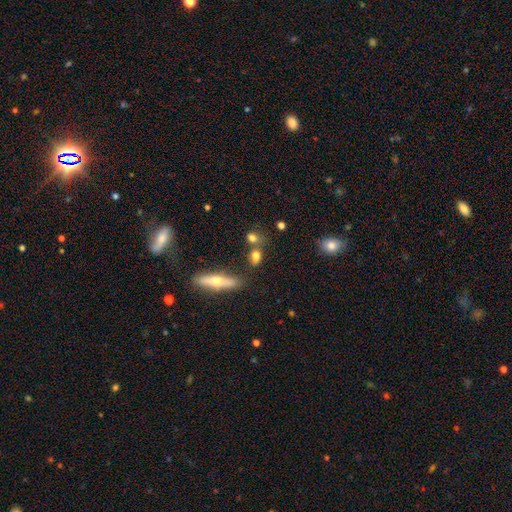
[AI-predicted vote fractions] smooth 73%, featured or disk 16%, star or artifact 12%. Down the decision tree: how rounded — in between (56%); merging — none (59%).